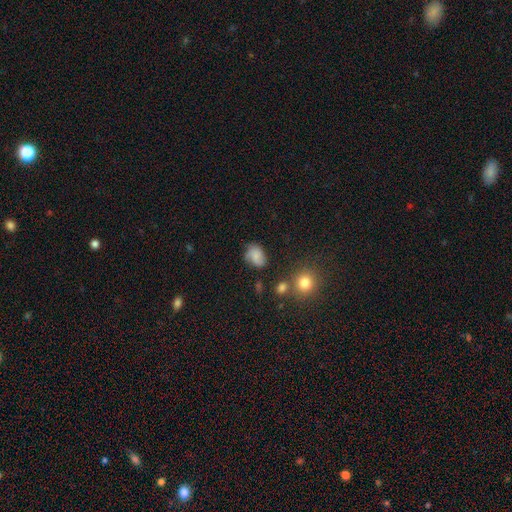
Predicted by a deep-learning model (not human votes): Smooth or featured?
  - smooth: 67% *
  - featured or disk: 21%
  - star or artifact: 11%
How rounded?
  - in between: 71% *
  - round: 28%
  - cigar-shaped: 1%
Merging?
  - none: 55% *
  - minor disturbance: 29%
  - major disturbance: 11%
  - merger: 5%